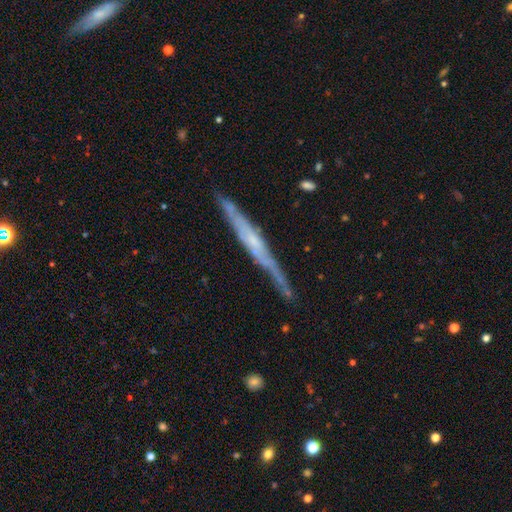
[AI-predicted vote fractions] This appears to be a featured or disk galaxy (72%) viewed edge-on (95%) with no central bulge (51%). Merging: none (81%).